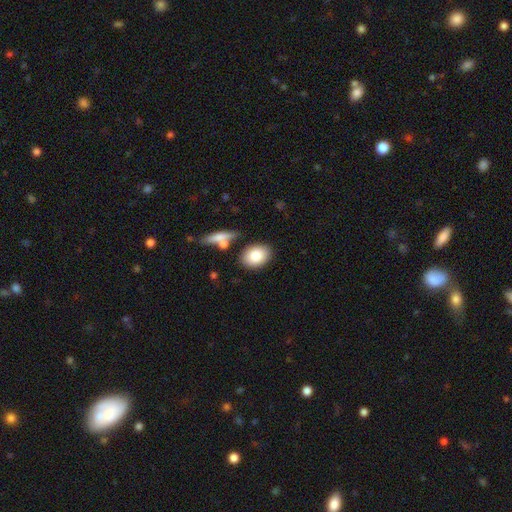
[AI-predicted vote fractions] Q: Smooth or featured?
A: smooth (83%); runner-up: featured or disk (10%)
Q: How rounded?
A: in between (76%); runner-up: round (23%)
Q: Merging?
A: none (79%); runner-up: minor disturbance (11%)